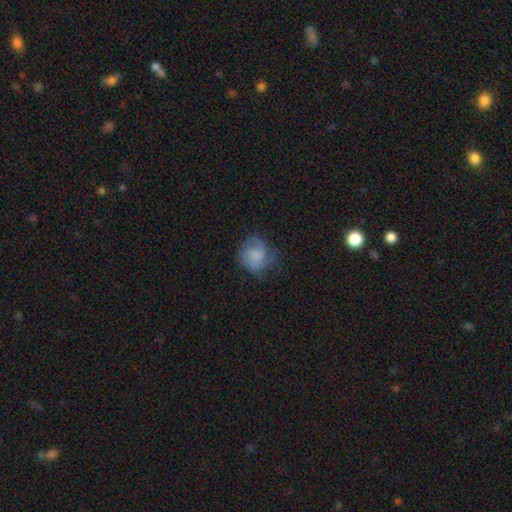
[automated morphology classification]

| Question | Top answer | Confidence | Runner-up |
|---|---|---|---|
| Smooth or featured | smooth | 60% | featured or disk (31%) |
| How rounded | round | 71% | in between (28%) |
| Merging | none | 56% | minor disturbance (26%) |